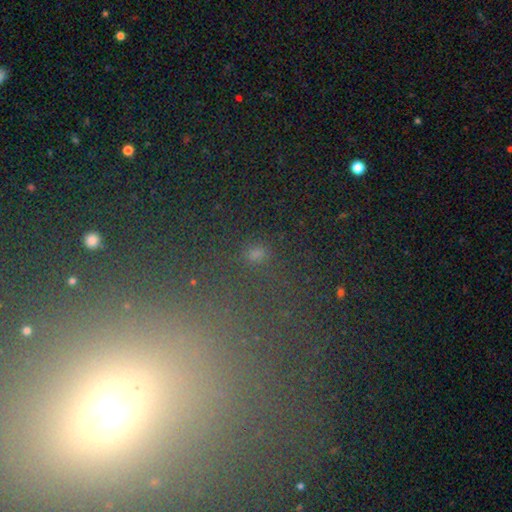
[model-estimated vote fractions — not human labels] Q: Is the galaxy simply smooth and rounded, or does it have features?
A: smooth — 52%.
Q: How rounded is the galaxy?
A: round — 68%.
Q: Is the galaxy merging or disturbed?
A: none — 79%.